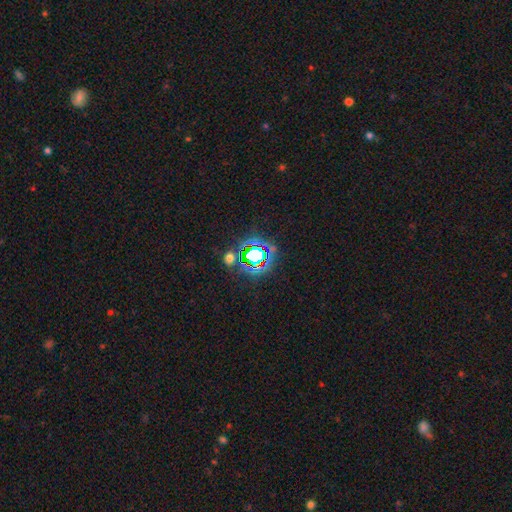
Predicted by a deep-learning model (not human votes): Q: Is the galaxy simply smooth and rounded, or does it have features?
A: star or artifact — 66%.